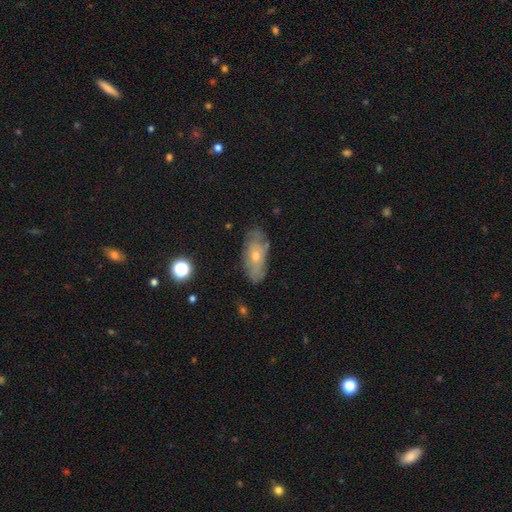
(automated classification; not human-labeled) Smooth or featured: featured or disk — 48% (smooth — 43%)
Merging: none — 76% (minor disturbance — 18%)